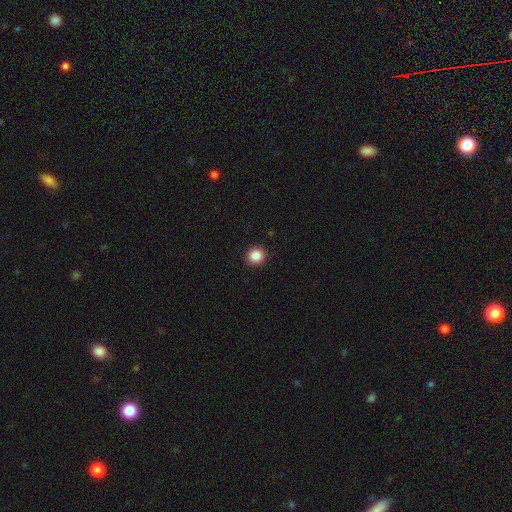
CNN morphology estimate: smooth 87%, star or artifact 10%, featured or disk 3%. Down the decision tree: how rounded — round (93%); merging — none (93%).